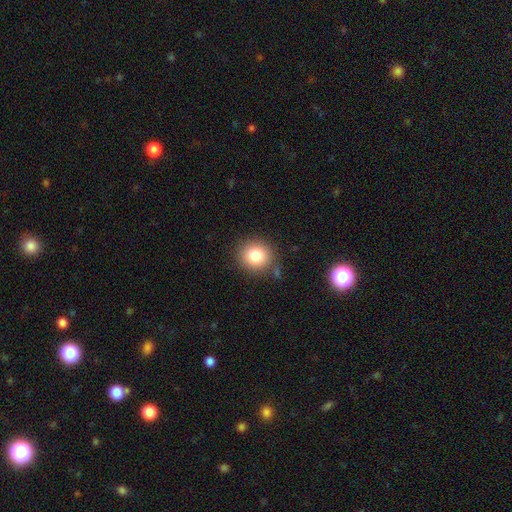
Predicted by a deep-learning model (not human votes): Smooth or featured? smooth (82%)
How rounded? round (86%)
Merging? none (84%)